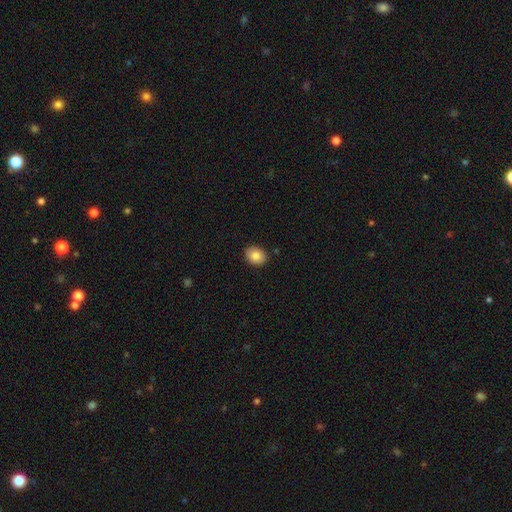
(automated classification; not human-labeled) Overall: smooth (84%). How rounded: round (51%; in between 48%). Merging: none (89%).